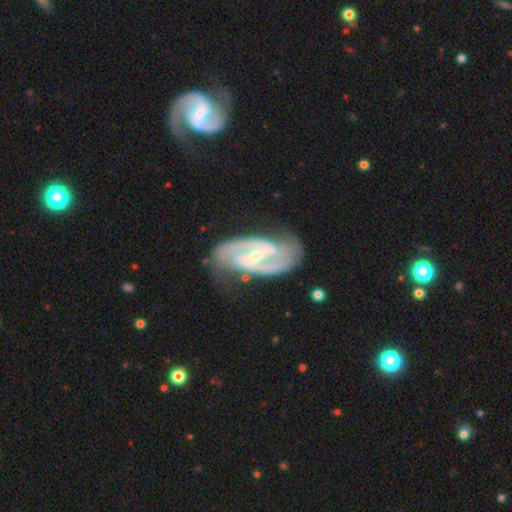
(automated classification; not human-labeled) smooth_or_featured: featured or disk (p=0.90) [alt: smooth p=0.05]
disk_edge_on: no (p=0.96) [alt: yes p=0.04]
bar: strong (p=0.47) [alt: weak p=0.36]
has_spiral_arms: yes (p=0.97) [alt: no p=0.03]
spiral_winding: medium (p=0.54) [alt: tight p=0.25]
spiral_arm_count: 2 (p=0.92) [alt: can't tell p=0.03]
bulge_size: small (p=0.68) [alt: moderate p=0.28]
merging: none (p=0.70) [alt: minor disturbance p=0.20]